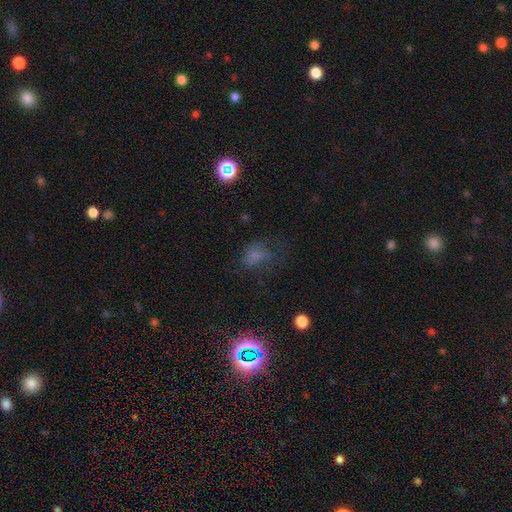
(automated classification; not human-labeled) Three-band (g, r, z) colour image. It shows a smooth galaxy with no disk features (56%) that is in between round and cigar-shaped (65%). Merging: none (43%).